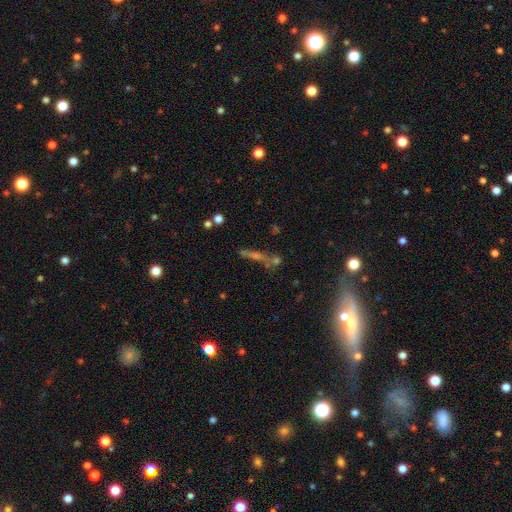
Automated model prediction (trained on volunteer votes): Smooth or featured?
  - featured or disk: 38% *
  - smooth: 33%
  - star or artifact: 29%
Merging?
  - none: 54% *
  - merger: 20%
  - minor disturbance: 14%
  - major disturbance: 12%